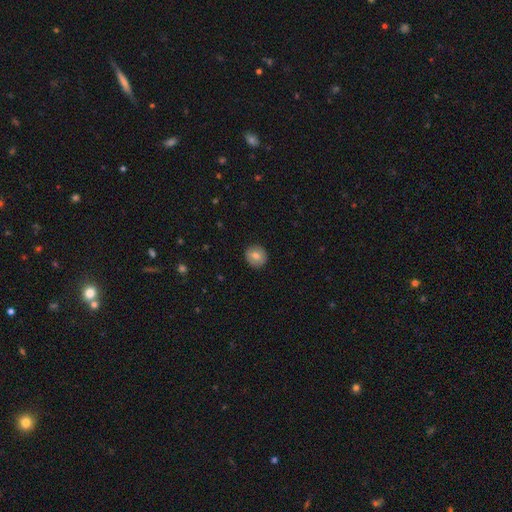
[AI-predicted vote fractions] Smooth or featured: smooth — 75% (featured or disk — 17%)
How rounded: round — 88% (in between — 11%)
Merging: none — 91% (minor disturbance — 6%)